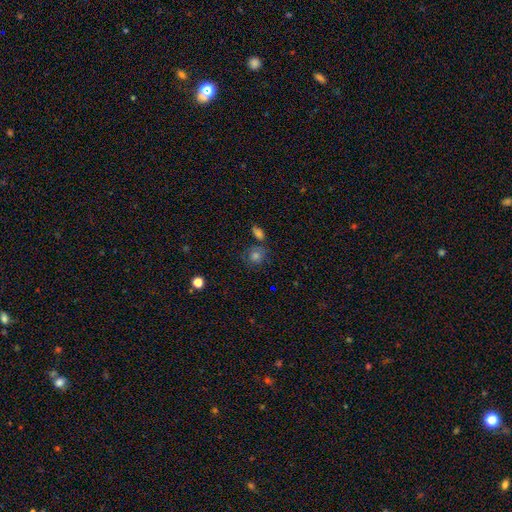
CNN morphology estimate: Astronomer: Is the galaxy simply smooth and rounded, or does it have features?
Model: smooth — 67%.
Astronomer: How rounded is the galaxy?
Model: round — 81%.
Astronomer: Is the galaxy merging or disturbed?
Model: none — 69%.